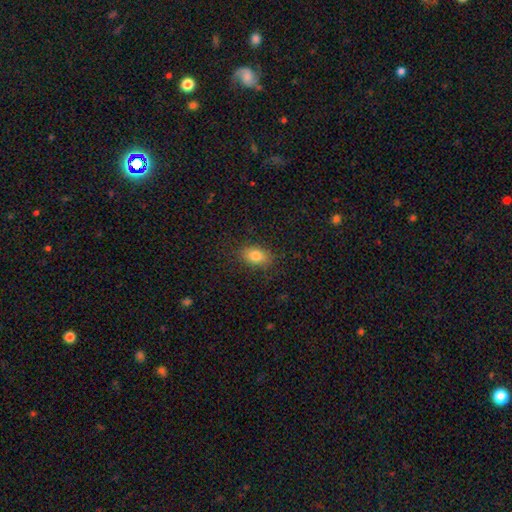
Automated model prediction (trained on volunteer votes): A smooth galaxy with no disk features (83%) that is in between round and cigar-shaped (84%). Merging: none (85%).